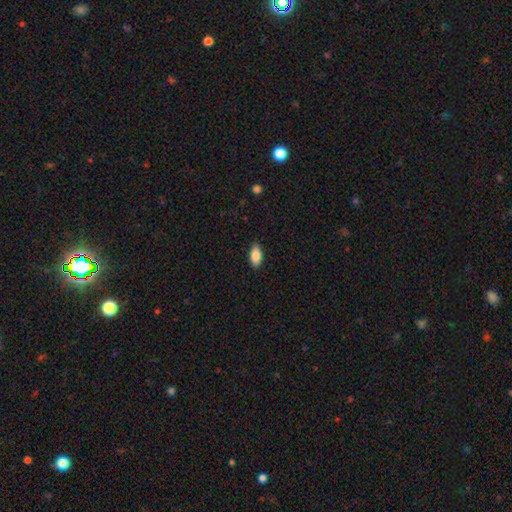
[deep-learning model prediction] Smooth or featured: smooth — 86% (star or artifact — 7%)
How rounded: in between — 90% (cigar-shaped — 7%)
Merging: none — 88% (minor disturbance — 9%)